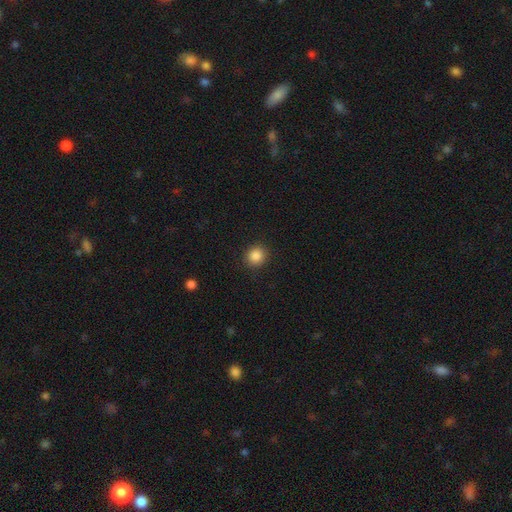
Morphology: type=smooth (95%); roundness=round (83%); merging=none (97%).